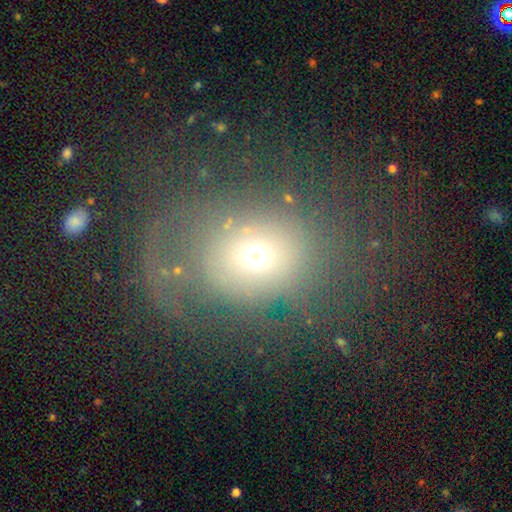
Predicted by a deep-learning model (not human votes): The model was most divided on "merging": none: 46%, major disturbance: 34%, minor disturbance: 17%, merger: 3%. More confident: how rounded — round (59%); smooth or featured — smooth (55%).